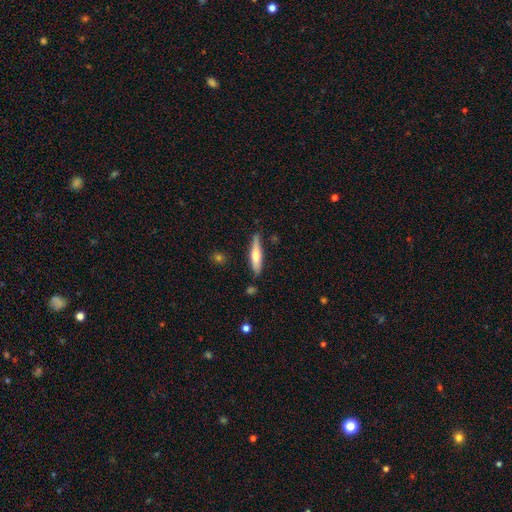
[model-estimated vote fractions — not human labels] Q: Smooth or featured?
A: smooth (57%); runner-up: featured or disk (37%)
Q: How rounded?
A: cigar-shaped (80%); runner-up: in between (18%)
Q: Merging?
A: none (77%); runner-up: minor disturbance (16%)